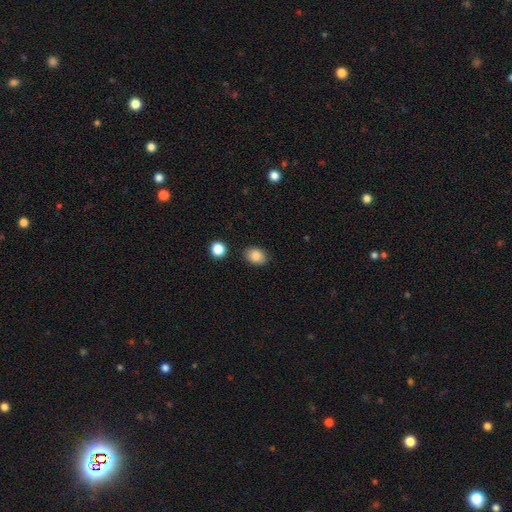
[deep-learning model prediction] Q: Smooth or featured?
A: smooth (85%); runner-up: star or artifact (9%)
Q: How rounded?
A: in between (69%); runner-up: round (30%)
Q: Merging?
A: none (86%); runner-up: minor disturbance (9%)